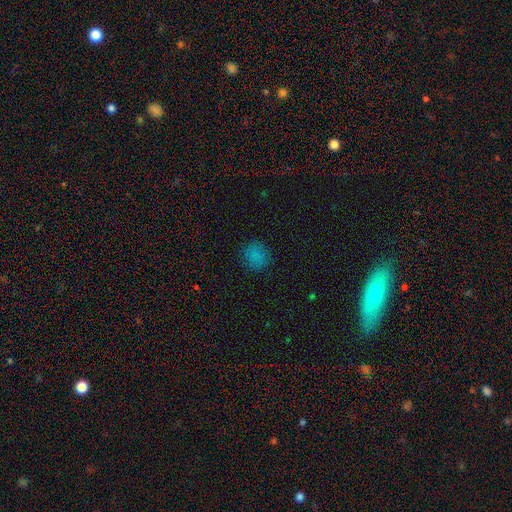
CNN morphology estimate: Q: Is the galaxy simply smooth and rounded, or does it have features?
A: smooth — 80%.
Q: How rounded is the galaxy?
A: round — 82%.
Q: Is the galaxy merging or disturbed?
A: none — 84%.